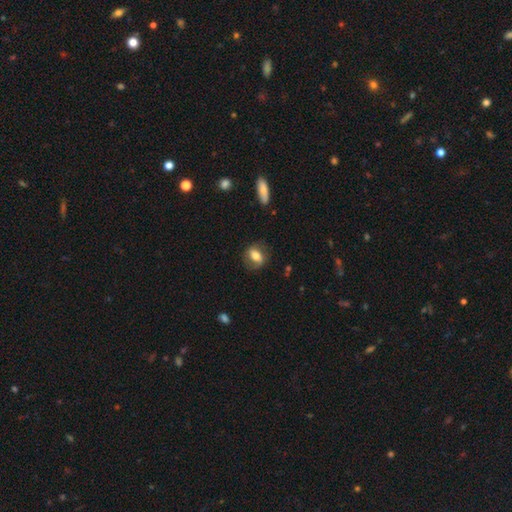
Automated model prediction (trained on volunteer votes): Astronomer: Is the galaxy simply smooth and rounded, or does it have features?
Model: smooth — 60%.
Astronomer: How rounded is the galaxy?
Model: in between — 65%.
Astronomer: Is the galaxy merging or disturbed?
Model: none — 74%.